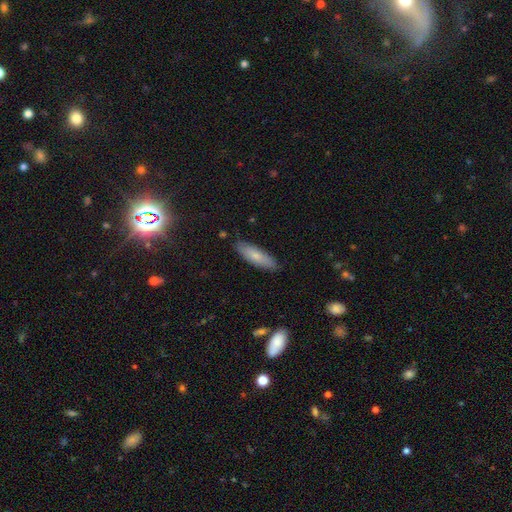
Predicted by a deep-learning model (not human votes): Q: Smooth or featured?
A: smooth (73%); runner-up: featured or disk (21%)
Q: How rounded?
A: cigar-shaped (60%); runner-up: in between (38%)
Q: Merging?
A: none (84%); runner-up: minor disturbance (13%)